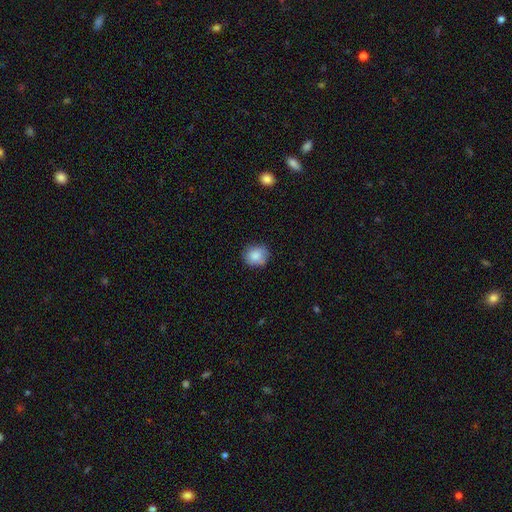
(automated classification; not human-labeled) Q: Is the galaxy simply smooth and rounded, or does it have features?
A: smooth — 85%.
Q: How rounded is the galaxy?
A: round — 81%.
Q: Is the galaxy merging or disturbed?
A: none — 78%.